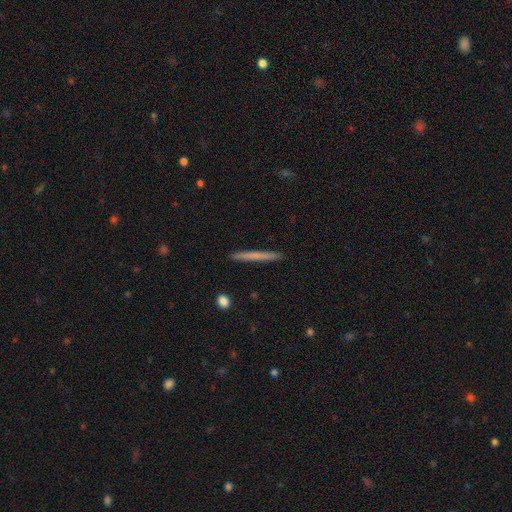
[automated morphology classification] This is likely a smooth galaxy (65%). How rounded: clearly cigar-shaped (97%). Merging: clearly none (92%).